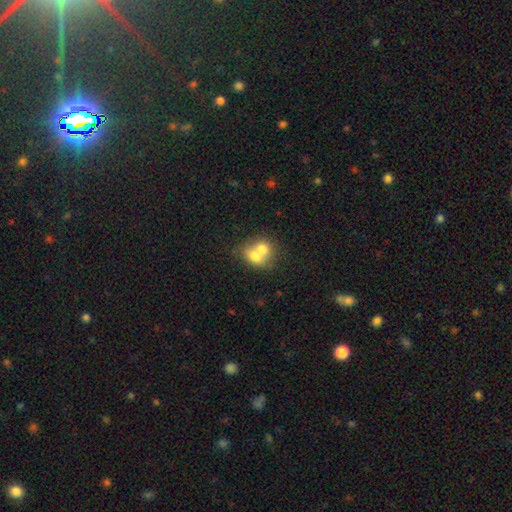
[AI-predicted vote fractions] Overall: smooth (67%). How rounded: round (51%; in between 48%). Merging: merger (71%).